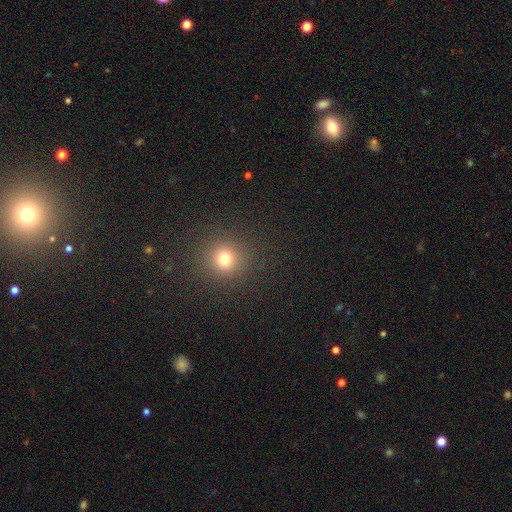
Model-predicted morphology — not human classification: This appears to be a smooth galaxy with no disk features (55%) that is round (94%). Merging: none (92%).